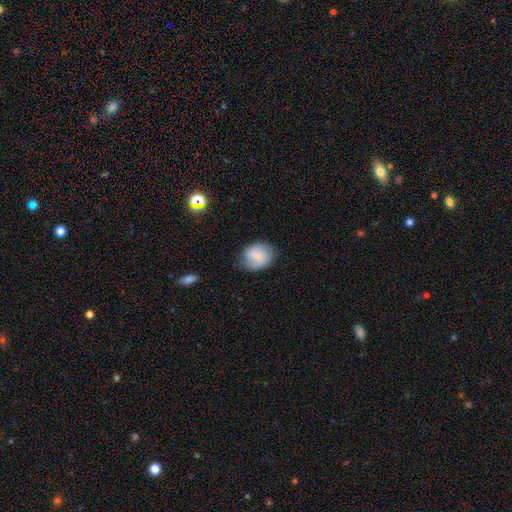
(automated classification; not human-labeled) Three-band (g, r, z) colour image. It shows a smooth galaxy with no disk features (68%) that is round (56%). Merging: none (70%).